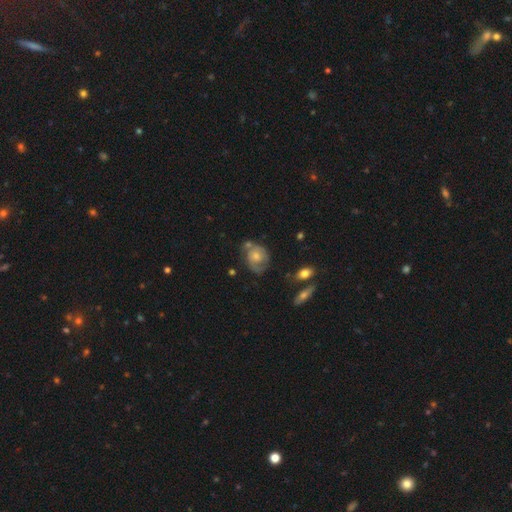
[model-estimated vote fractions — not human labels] This appears to be a featured or disk galaxy (54%) with no bar (78%), spiral arms (73%) and a moderate central bulge (52%). Merging: none (49%).